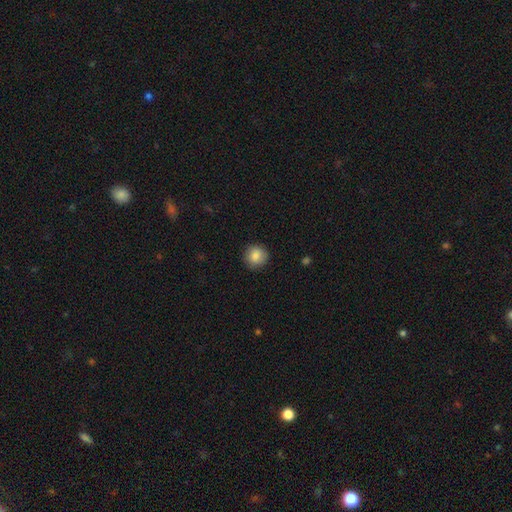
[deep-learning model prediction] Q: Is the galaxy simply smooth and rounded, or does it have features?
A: smooth — 86%.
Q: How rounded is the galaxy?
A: round — 92%.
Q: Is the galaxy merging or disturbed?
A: none — 89%.